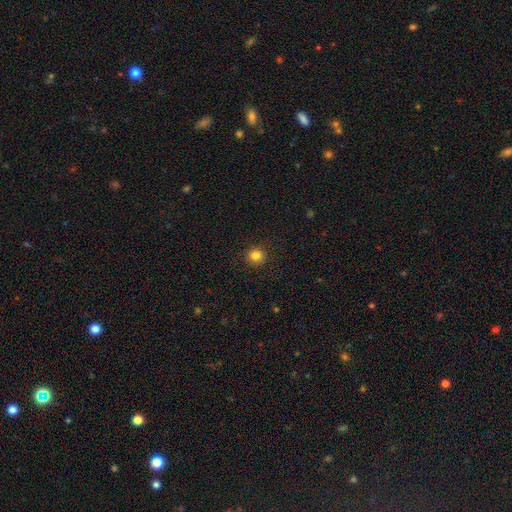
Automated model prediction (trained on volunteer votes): smooth 82%, star or artifact 13%, featured or disk 5%. Down the decision tree: how rounded — round (92%); merging — none (90%).